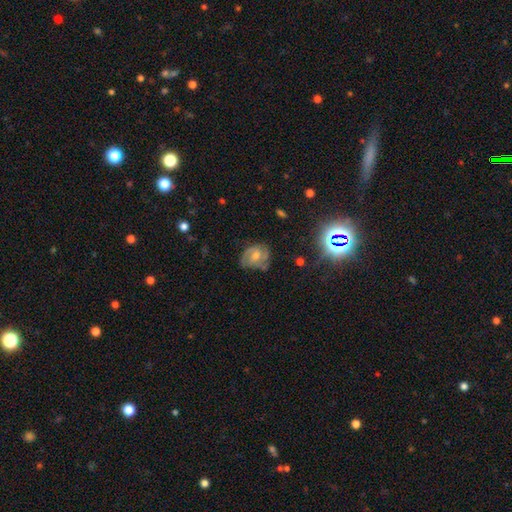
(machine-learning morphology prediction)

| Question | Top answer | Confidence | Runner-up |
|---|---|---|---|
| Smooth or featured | featured or disk | 56% | smooth (33%) |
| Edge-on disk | no | 97% | yes (3%) |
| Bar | no | 63% | weak (31%) |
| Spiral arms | yes | 79% | no (21%) |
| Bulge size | moderate | 55% | small (37%) |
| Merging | none | 57% | minor disturbance (28%) |